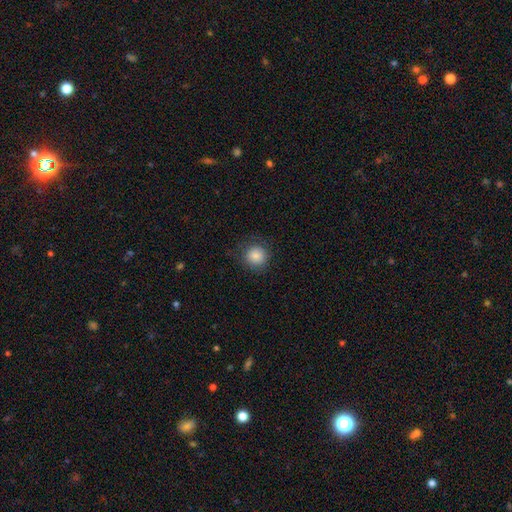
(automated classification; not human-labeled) smooth_or_featured: smooth (p=0.83) [alt: star or artifact p=0.10]
how_rounded: round (p=0.93) [alt: in between p=0.06]
merging: none (p=0.83) [alt: minor disturbance p=0.11]